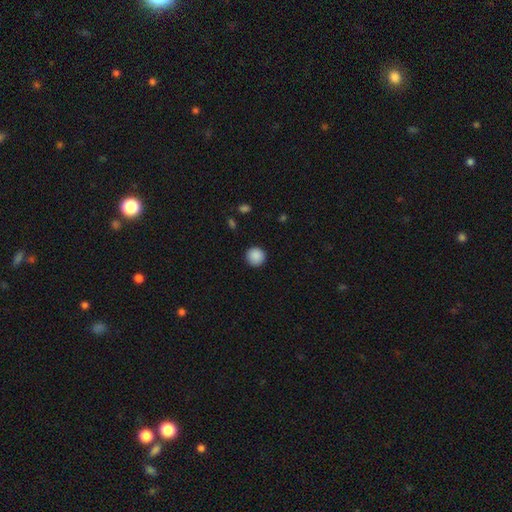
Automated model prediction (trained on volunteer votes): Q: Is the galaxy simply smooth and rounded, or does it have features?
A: smooth — 89%.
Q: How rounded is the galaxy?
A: round — 95%.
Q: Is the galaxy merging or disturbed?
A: none — 91%.